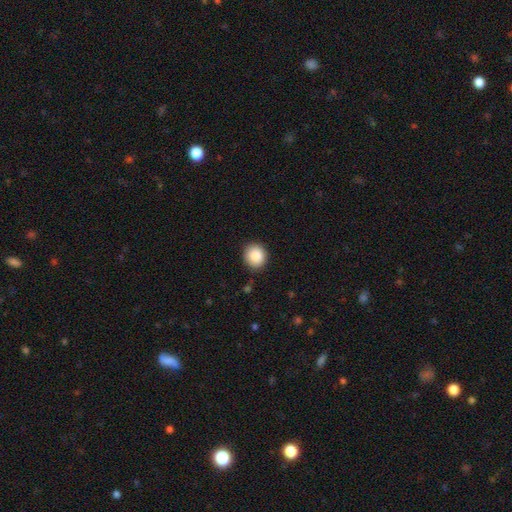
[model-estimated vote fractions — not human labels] smooth 88%, star or artifact 8%, featured or disk 4%. Down the decision tree: how rounded — round (84%); merging — none (87%).